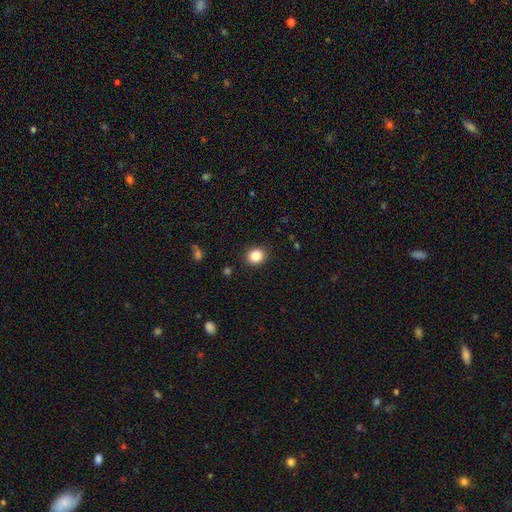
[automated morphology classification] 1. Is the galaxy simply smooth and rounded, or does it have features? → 85% smooth, 10% star or artifact, 5% featured or disk.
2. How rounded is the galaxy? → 78% round, 22% in between, 1% cigar-shaped.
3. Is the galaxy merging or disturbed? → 91% none, 6% minor disturbance, 2% major disturbance, 1% merger.